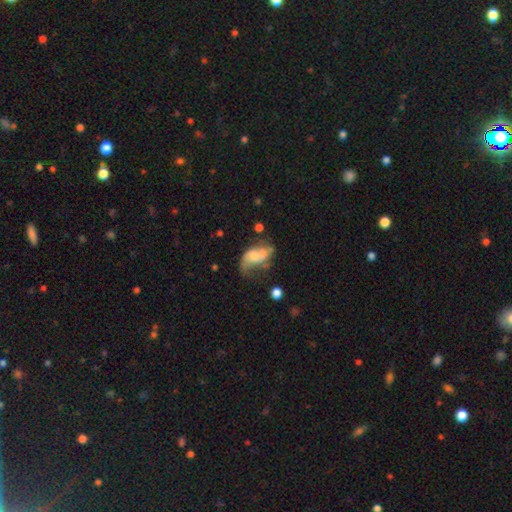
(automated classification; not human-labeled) A featured or disk galaxy (55%) with no bar (70%), spiral arms (67%) and a small central bulge (41%).

Vote fractions:
- Smooth or featured? featured or disk: 55% / smooth: 36% / star or artifact: 9%
- Edge-on disk? no: 96% / yes: 4%
- Bar? no: 70% / weak: 25% / strong: 6%
- Spiral arms? yes: 67% / no: 33%
- Bulge size? small: 41% / moderate: 30% / none: 21% / large: 6% / dominant: 2%
- Merging? major disturbance: 34% / none: 25% / minor disturbance: 25% / merger: 16%